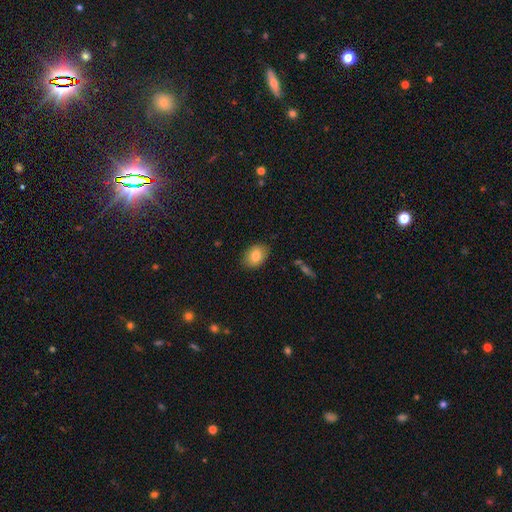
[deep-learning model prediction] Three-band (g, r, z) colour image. It shows a smooth galaxy with no disk features (81%) that is in between round and cigar-shaped (78%). Merging: none (84%).